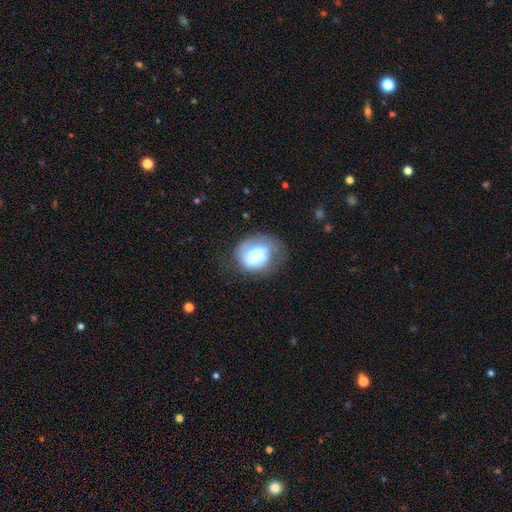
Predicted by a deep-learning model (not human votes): The model was most divided on "how rounded": round: 56%, in between: 43%, cigar-shaped: 1%. Remaining: smooth or featured — smooth (60%); merging — none (46%).